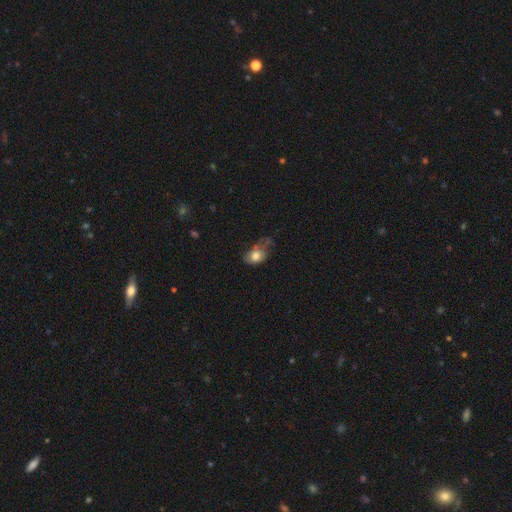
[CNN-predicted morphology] Smooth or featured: smooth — 70% (featured or disk — 22%)
How rounded: in between — 75% (round — 23%)
Merging: major disturbance — 39% (minor disturbance — 34%)